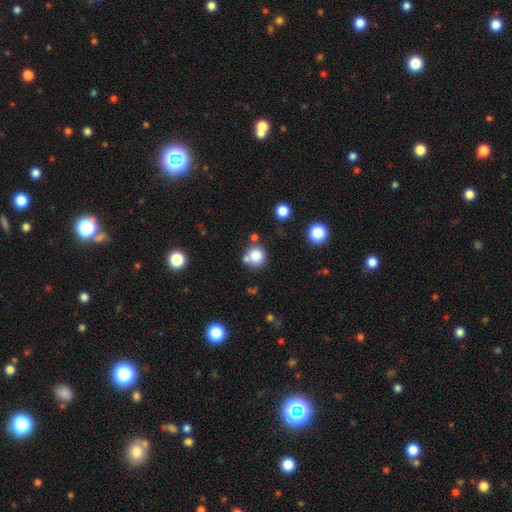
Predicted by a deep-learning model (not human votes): Smooth or featured: smooth — 81% (star or artifact — 11%)
How rounded: round — 91% (in between — 8%)
Merging: none — 67% (merger — 18%)